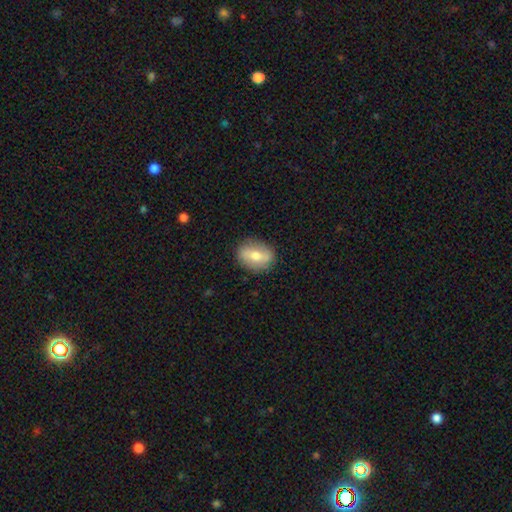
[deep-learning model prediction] The model was most divided on "smooth or featured": smooth: 60%, featured or disk: 33%, star or artifact: 7%. More confident: merging — none (83%); how rounded — in between (66%).